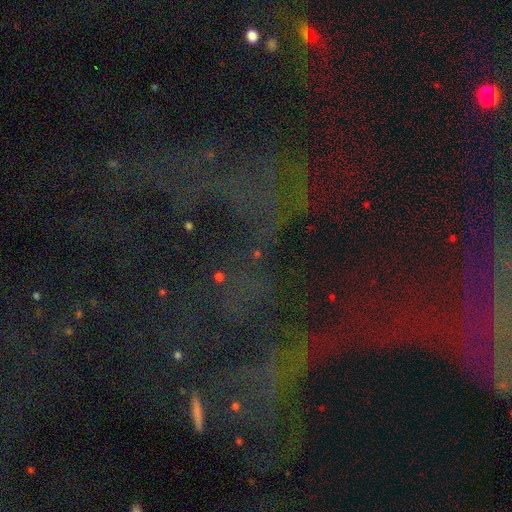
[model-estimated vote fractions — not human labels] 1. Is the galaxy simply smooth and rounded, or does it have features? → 74% star or artifact, 14% featured or disk, 12% smooth.